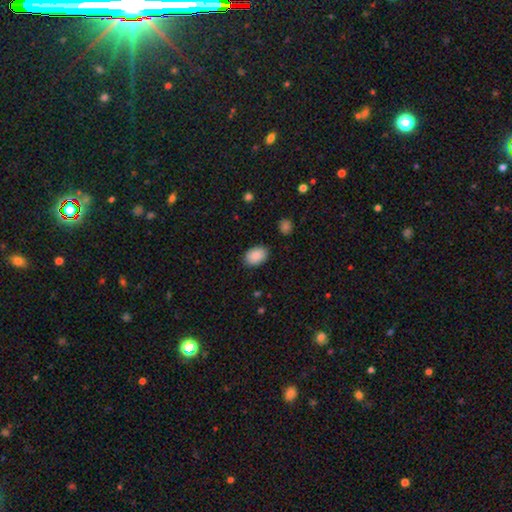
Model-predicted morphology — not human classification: smooth_or_featured: smooth (p=0.89) [alt: star or artifact p=0.07]
how_rounded: in between (p=0.83) [alt: round p=0.16]
merging: none (p=0.86) [alt: minor disturbance p=0.10]